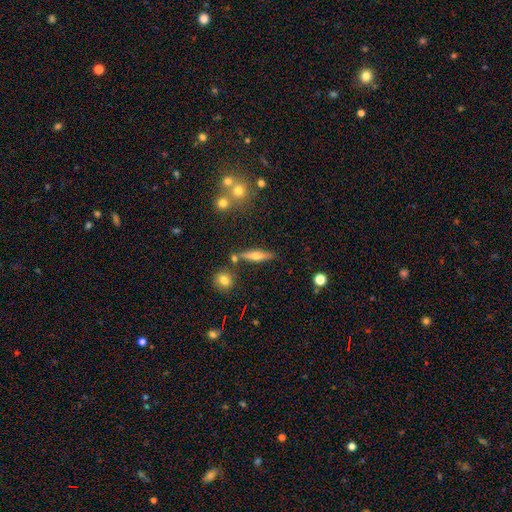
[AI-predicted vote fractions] featured or disk 48%, smooth 44%, star or artifact 9%. Down the decision tree: merging — none (76%).